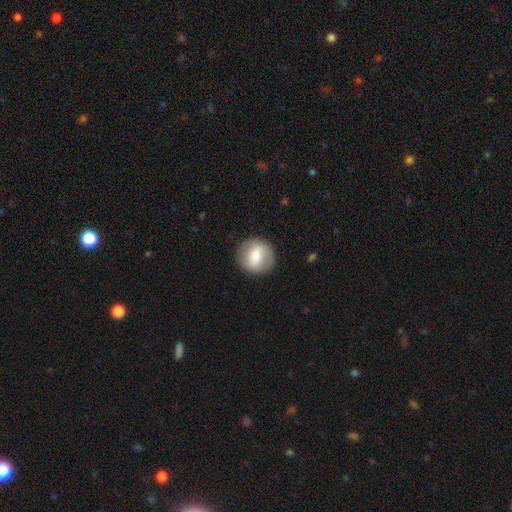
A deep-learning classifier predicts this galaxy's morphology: Smooth or featured: smooth — 60% (featured or disk — 32%)
How rounded: round — 89% (in between — 10%)
Merging: none — 87% (minor disturbance — 9%)